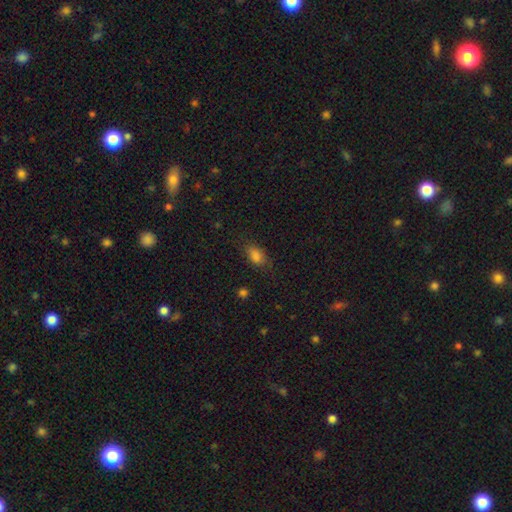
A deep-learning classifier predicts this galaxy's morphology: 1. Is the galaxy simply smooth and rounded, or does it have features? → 81% smooth, 12% star or artifact, 7% featured or disk.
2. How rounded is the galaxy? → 85% in between, 11% round, 5% cigar-shaped.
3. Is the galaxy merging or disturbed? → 77% none, 17% minor disturbance, 5% major disturbance, 1% merger.